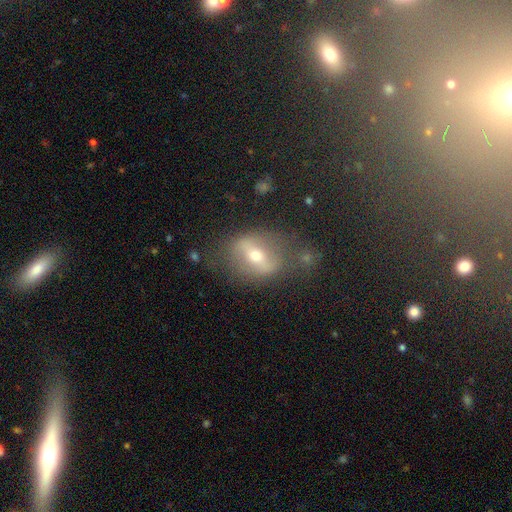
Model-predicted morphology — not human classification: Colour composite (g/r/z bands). It shows a featured or disk galaxy (60%). Merging: none (65%).